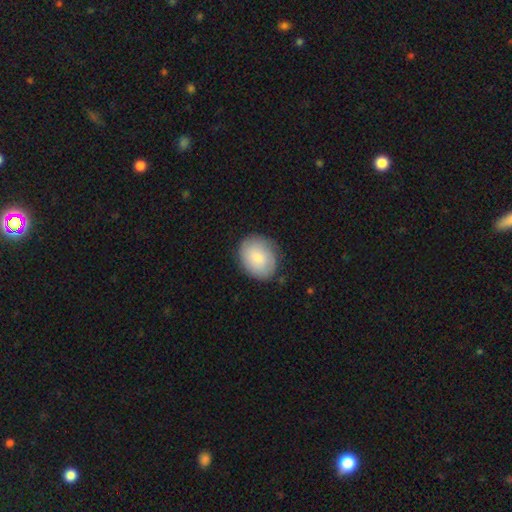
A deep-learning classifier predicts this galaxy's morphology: The model was most divided on "how rounded": in between: 50%, round: 49%, cigar-shaped: 1%. More confident: merging — none (82%); smooth or featured — smooth (79%).